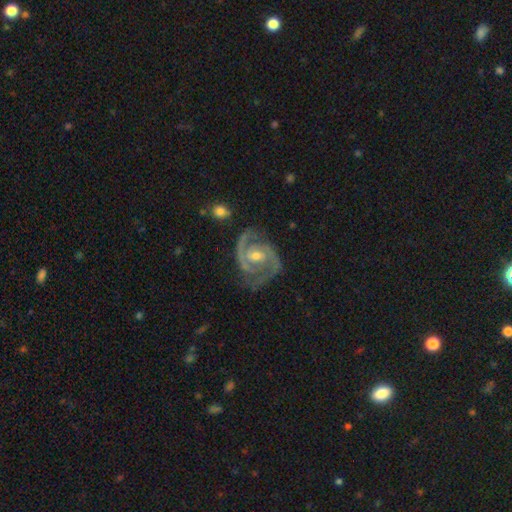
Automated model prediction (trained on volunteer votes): smooth-or-featured: featured or disk: 91% | star or artifact: 5% | smooth: 4%
  disk-edge-on: no: 98% | yes: 2%
    bar: weak: 43% | no: 42% | strong: 15%
    has-spiral-arms: yes: 98% | no: 2%
      spiral-winding: medium: 50% | tight: 41% | loose: 9%
      spiral-arm-count: 2: 86% | 3: 6% | can't tell: 3% | 1: 2% | 4: 2% | more than 4: 1%
    bulge-size: moderate: 60% | small: 35% | large: 2% | none: 1% | dominant: 1%
  merging: none: 74% | minor disturbance: 18% | major disturbance: 7% | merger: 2%